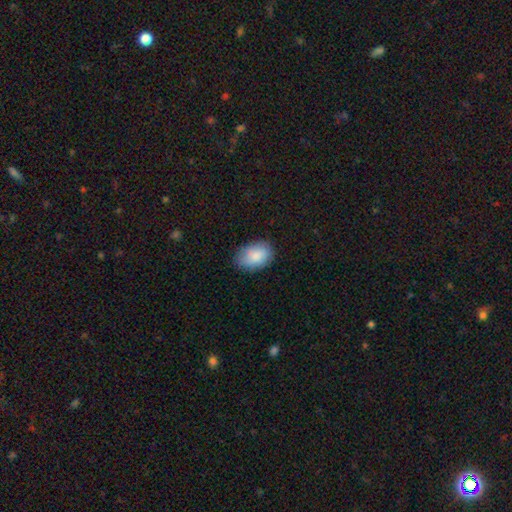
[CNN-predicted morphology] This is clearly a smooth galaxy (85%). How rounded: clearly in between (85%). Merging: clearly none (82%).